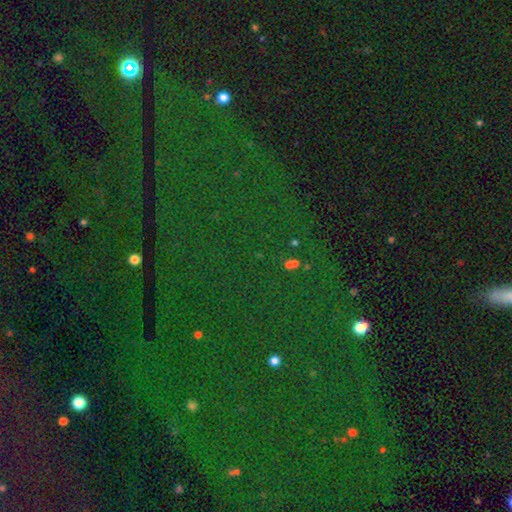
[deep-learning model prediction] Morphology: type=star or artifact (83%).